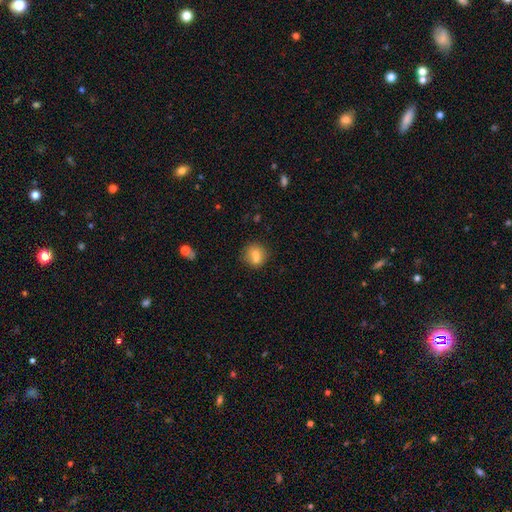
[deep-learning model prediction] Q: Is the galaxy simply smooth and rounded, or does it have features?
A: smooth — 74%.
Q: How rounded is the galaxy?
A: round — 79%.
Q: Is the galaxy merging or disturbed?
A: none — 55%.